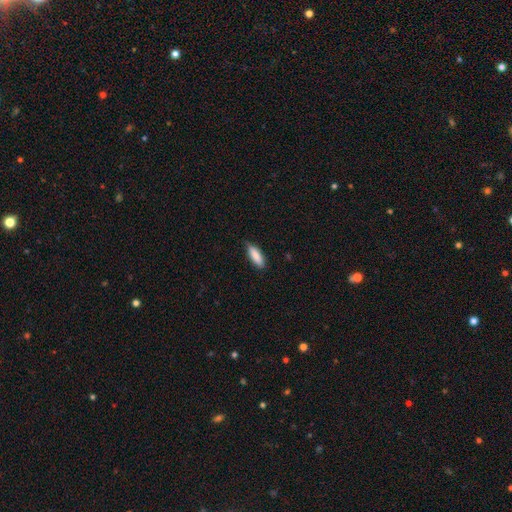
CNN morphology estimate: Smooth or featured? smooth (87%)
How rounded? in between (54%)
Merging? none (81%)